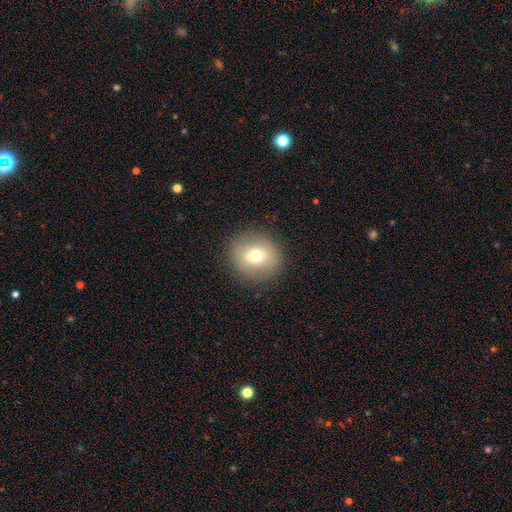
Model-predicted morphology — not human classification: This is likely a smooth galaxy (70%). How rounded: clearly round (87%). Merging: clearly none (87%).